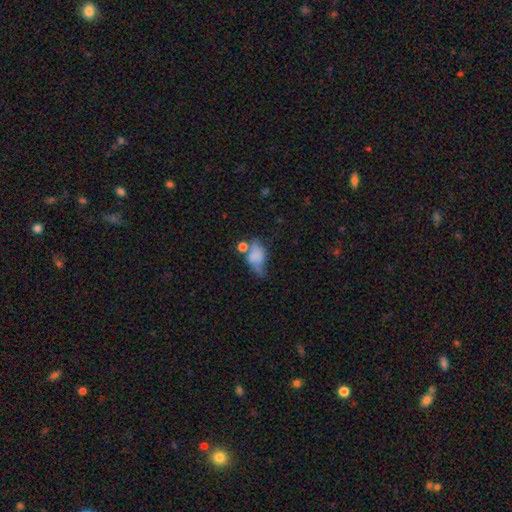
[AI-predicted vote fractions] This appears to be a smooth galaxy with no disk features (60%) that is in between round and cigar-shaped (81%). Merging: major disturbance (27%).